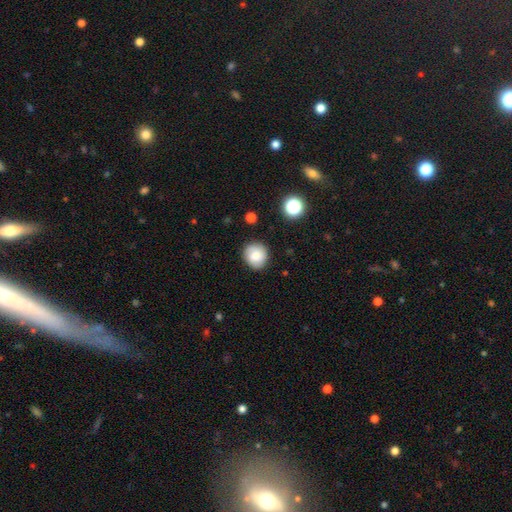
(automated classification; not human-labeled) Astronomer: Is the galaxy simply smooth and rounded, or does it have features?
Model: smooth — 80%.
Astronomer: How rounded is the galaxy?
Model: round — 87%.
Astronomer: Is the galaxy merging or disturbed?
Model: none — 86%.